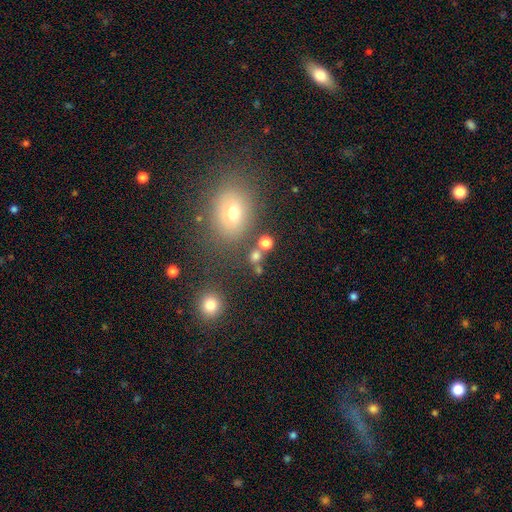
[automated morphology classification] Smooth or featured: smooth — 72% (star or artifact — 18%)
How rounded: round — 73% (in between — 25%)
Merging: none — 65% (merger — 21%)